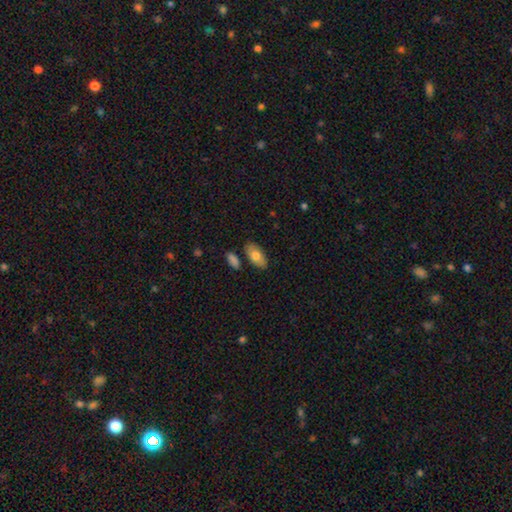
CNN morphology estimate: Smooth or featured?
  - smooth: 75% *
  - featured or disk: 18%
  - star or artifact: 6%
How rounded?
  - in between: 93% *
  - cigar-shaped: 4%
  - round: 3%
Merging?
  - none: 82% *
  - minor disturbance: 11%
  - merger: 5%
  - major disturbance: 2%